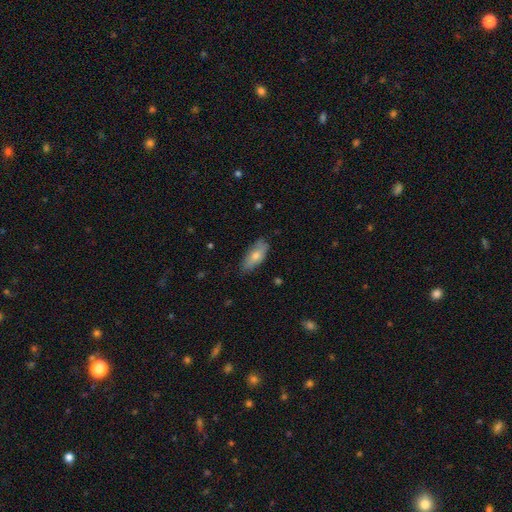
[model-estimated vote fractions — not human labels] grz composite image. It shows a smooth galaxy with no disk features (66%) that is in between round and cigar-shaped (77%). Merging: none (75%).